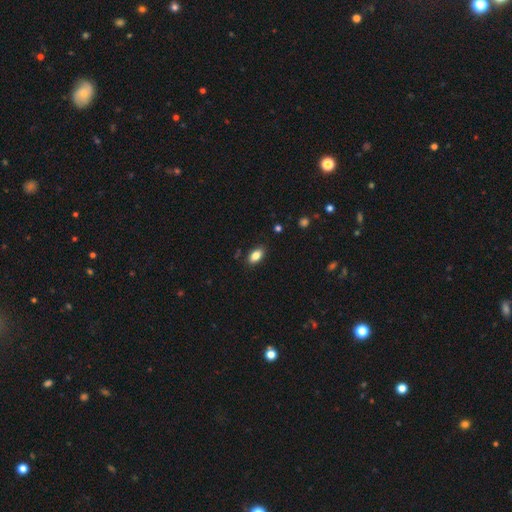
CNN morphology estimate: This is clearly a smooth galaxy (84%). How rounded: clearly in between (90%). Merging: clearly none (86%).